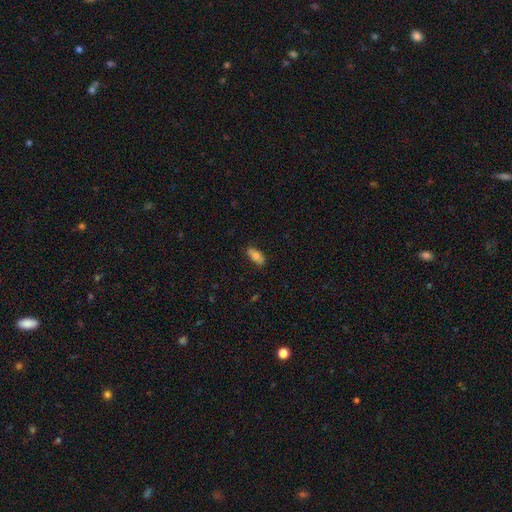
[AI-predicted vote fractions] Morphology: type=smooth (76%); roundness=in between (84%); merging=none (83%).